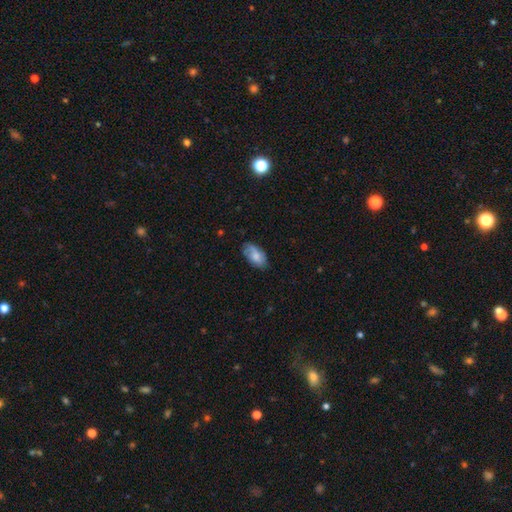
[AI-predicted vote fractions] Smooth or featured? Predicted: smooth (p=0.69). How rounded? Predicted: in between (p=0.93). Merging? Predicted: none (p=0.72).